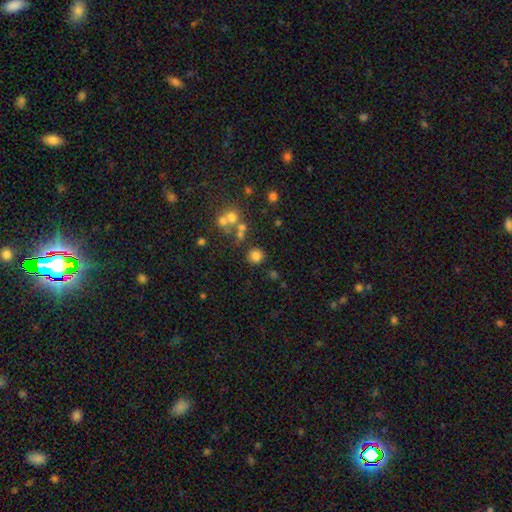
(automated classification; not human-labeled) smooth_or_featured: smooth (p=0.76) [alt: star or artifact p=0.15]
how_rounded: round (p=0.89) [alt: in between p=0.10]
merging: none (p=0.77) [alt: minor disturbance p=0.09]